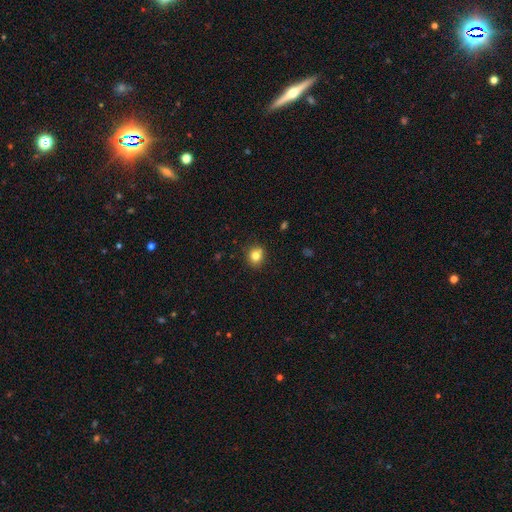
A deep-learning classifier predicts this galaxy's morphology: Smooth or featured: smooth — 80% (star or artifact — 12%)
How rounded: round — 79% (in between — 20%)
Merging: none — 80% (minor disturbance — 13%)